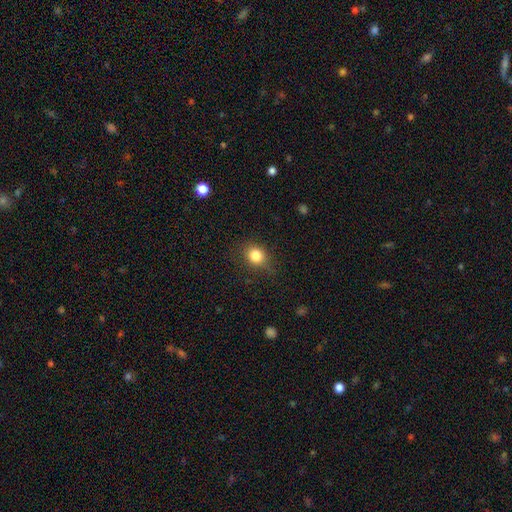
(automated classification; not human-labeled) Morphology: type=smooth (82%); roundness=round (68%); merging=none (79%).